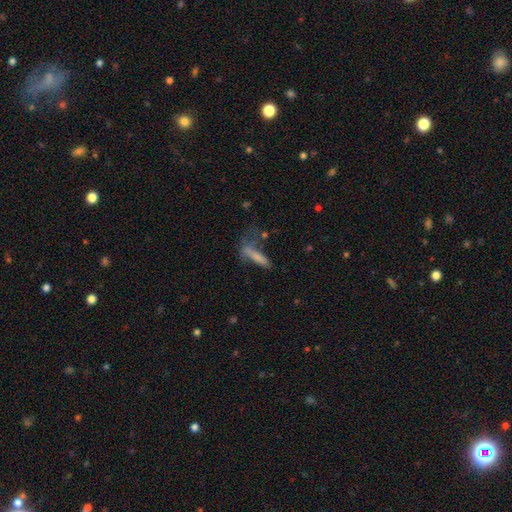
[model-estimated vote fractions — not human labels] A smooth galaxy with no disk features (67%) that is cigar-shaped (72%).

Vote fractions:
- Smooth or featured? smooth: 67% / featured or disk: 21% / star or artifact: 12%
- How rounded? cigar-shaped: 72% / in between: 26% / round: 3%
- Merging? major disturbance: 34% / none: 32% / minor disturbance: 22% / merger: 12%